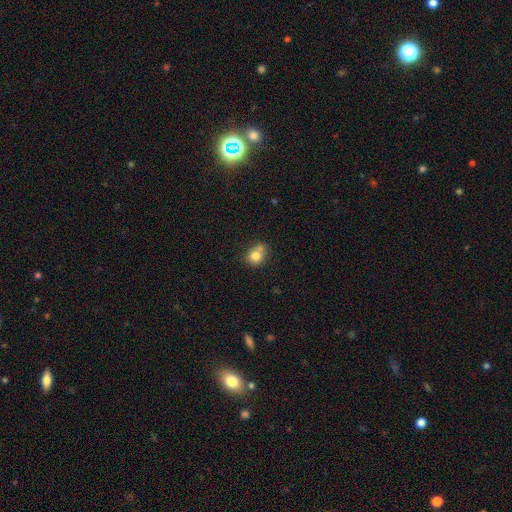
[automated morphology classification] A smooth galaxy with no disk features (78%) that is round (71%).

Vote fractions:
- Smooth or featured? smooth: 78% / featured or disk: 12% / star or artifact: 10%
- How rounded? round: 71% / in between: 28% / cigar-shaped: 1%
- Merging? none: 46% / merger: 34% / minor disturbance: 16% / major disturbance: 5%